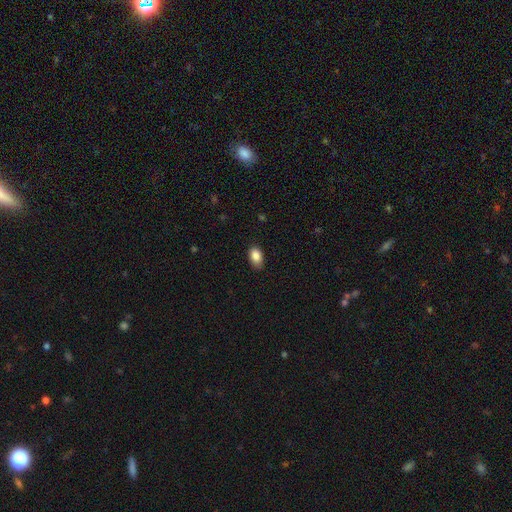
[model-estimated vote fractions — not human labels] A smooth galaxy with no disk features (87%) that is in between round and cigar-shaped (89%). Merging: none (79%).